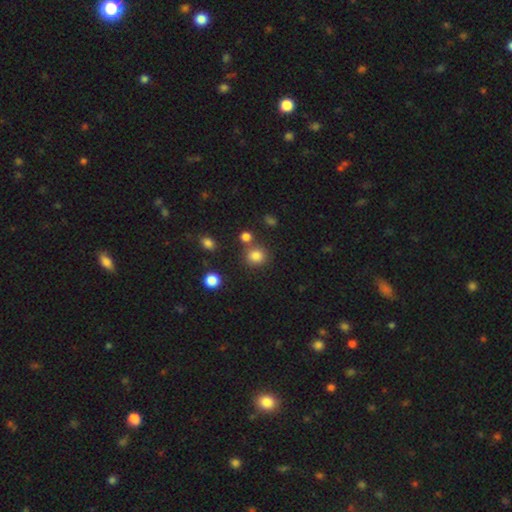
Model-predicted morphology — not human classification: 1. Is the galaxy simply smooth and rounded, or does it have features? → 82% smooth, 13% star or artifact, 5% featured or disk.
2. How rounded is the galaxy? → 84% round, 15% in between, 1% cigar-shaped.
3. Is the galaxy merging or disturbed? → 75% none, 13% merger, 9% minor disturbance, 3% major disturbance.